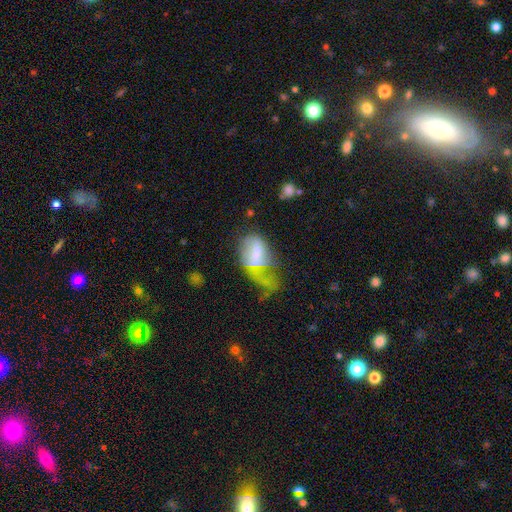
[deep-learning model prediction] Smooth or featured: featured or disk — 46% (smooth — 43%)
Merging: major disturbance — 48% (minor disturbance — 24%)